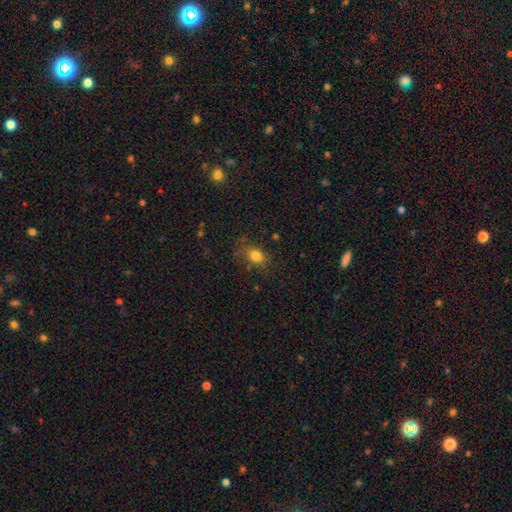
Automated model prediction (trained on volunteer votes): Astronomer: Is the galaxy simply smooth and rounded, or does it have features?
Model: smooth — 81%.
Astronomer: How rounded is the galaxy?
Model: in between — 67%.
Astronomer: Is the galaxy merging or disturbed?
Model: none — 71%.